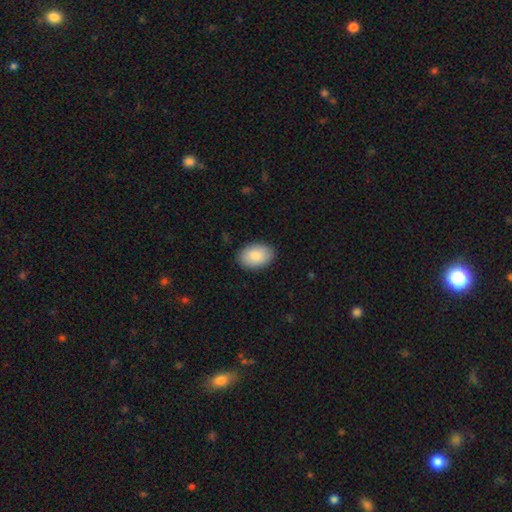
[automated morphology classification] This is clearly a smooth galaxy (87%). How rounded: clearly in between (89%). Merging: clearly none (88%).